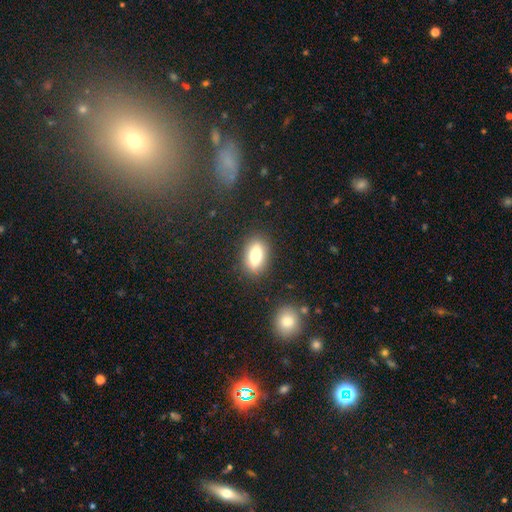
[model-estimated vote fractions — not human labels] Smooth or featured? smooth (67%)
How rounded? in between (76%)
Merging? none (85%)